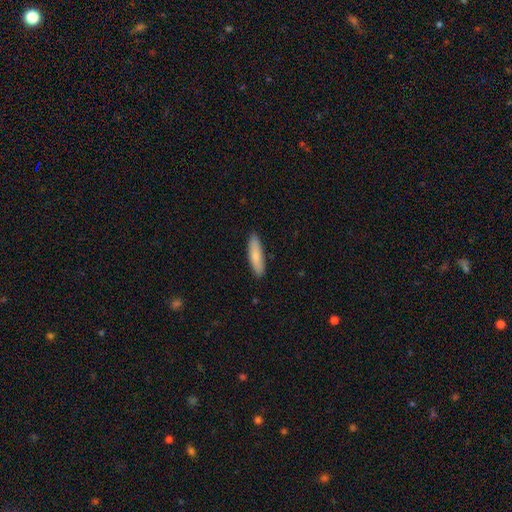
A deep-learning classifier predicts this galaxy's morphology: A smooth galaxy with no disk features (81%) that is cigar-shaped (71%). Merging: none (88%).